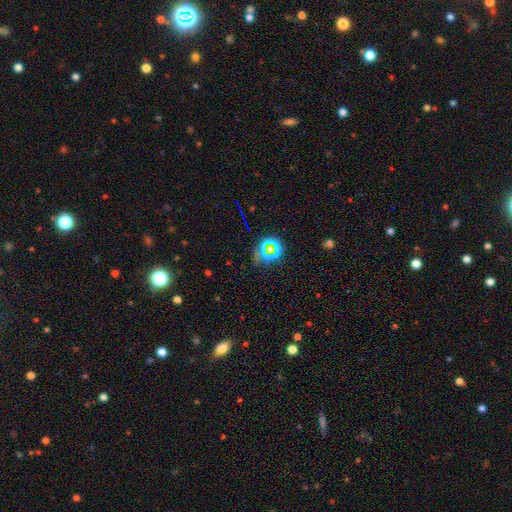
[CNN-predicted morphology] Smooth or featured? star or artifact (67%)